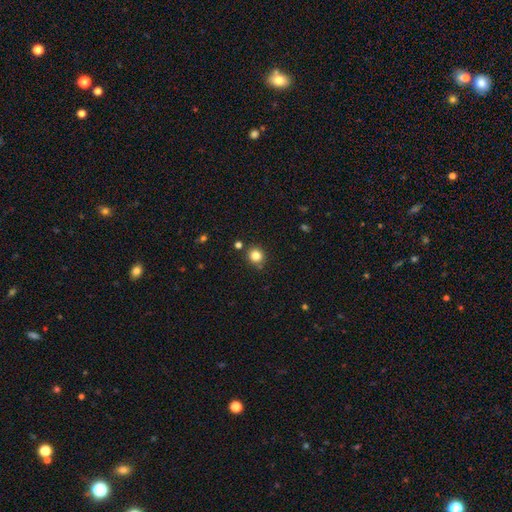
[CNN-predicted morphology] Overall: smooth (83%). How rounded: round (88%). Merging: none (83%).